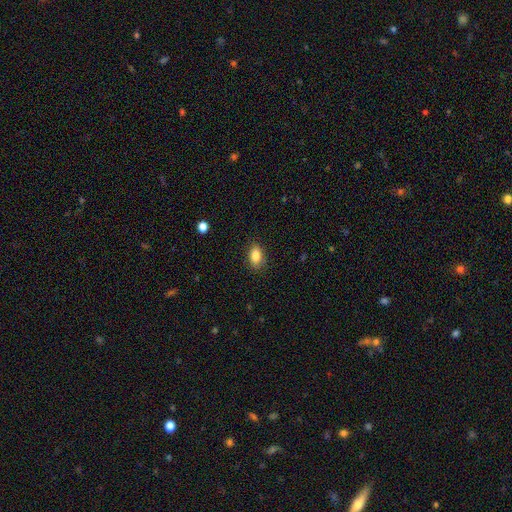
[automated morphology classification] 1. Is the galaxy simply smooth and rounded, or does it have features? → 85% smooth, 8% star or artifact, 7% featured or disk.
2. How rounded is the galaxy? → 86% in between, 11% round, 2% cigar-shaped.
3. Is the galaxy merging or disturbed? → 85% none, 12% minor disturbance, 3% major disturbance, 1% merger.